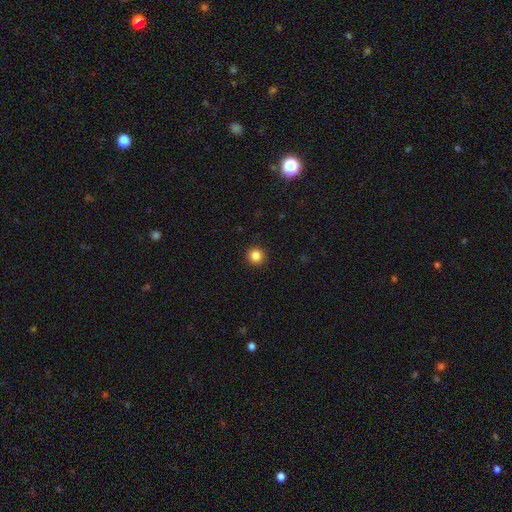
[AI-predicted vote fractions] This is clearly a smooth galaxy (85%). How rounded: clearly round (95%). Merging: clearly none (93%).